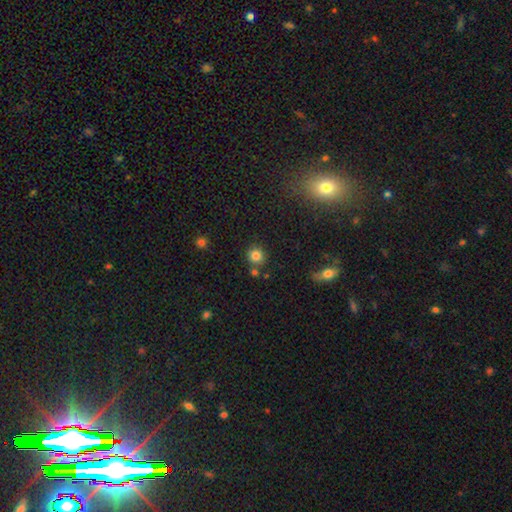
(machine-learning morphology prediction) Smooth or featured?
  - smooth: 81% *
  - star or artifact: 12%
  - featured or disk: 6%
How rounded?
  - round: 90% *
  - in between: 9%
  - cigar-shaped: 1%
Merging?
  - none: 77% *
  - merger: 10%
  - minor disturbance: 9%
  - major disturbance: 3%